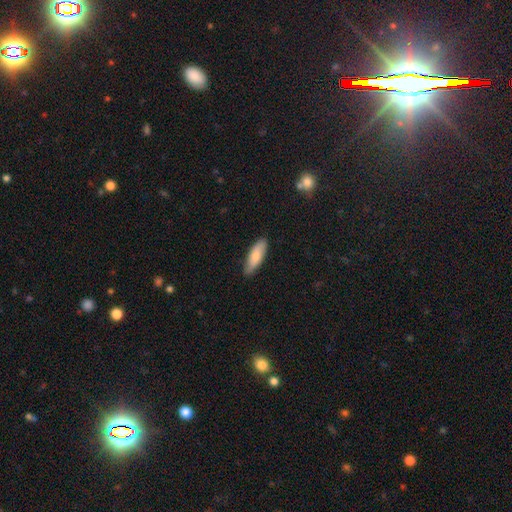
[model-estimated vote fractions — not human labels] smooth 78%, featured or disk 16%, star or artifact 5%. Down the decision tree: how rounded — in between (58%); merging — none (82%).